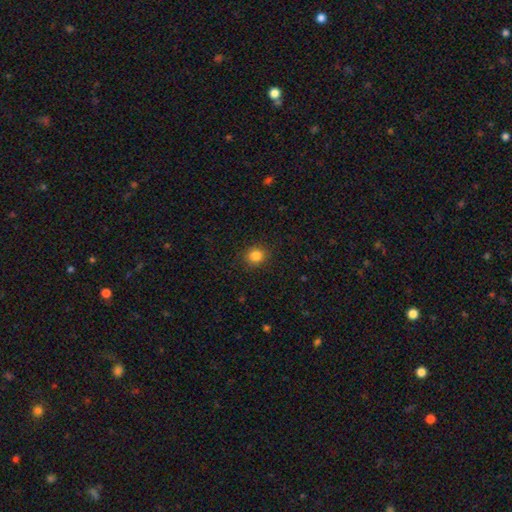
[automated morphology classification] smooth-or-featured: smooth: 84% | star or artifact: 11% | featured or disk: 4%
  how-rounded: round: 87% | in between: 12% | cigar-shaped: 1%
  merging: none: 90% | minor disturbance: 7% | major disturbance: 2% | merger: 1%